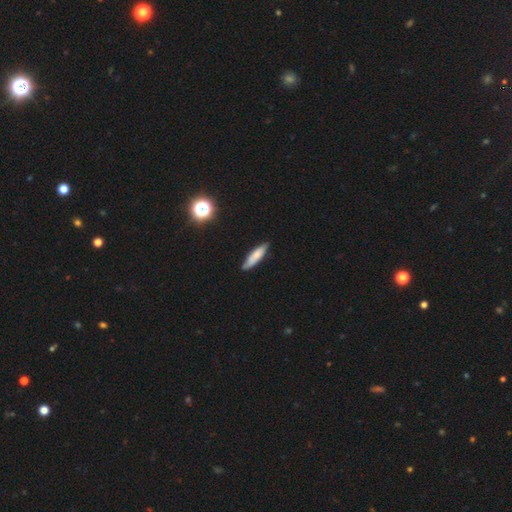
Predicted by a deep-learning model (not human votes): smooth 73%, featured or disk 19%, star or artifact 8%. Down the decision tree: how rounded — cigar-shaped (76%); merging — none (80%).